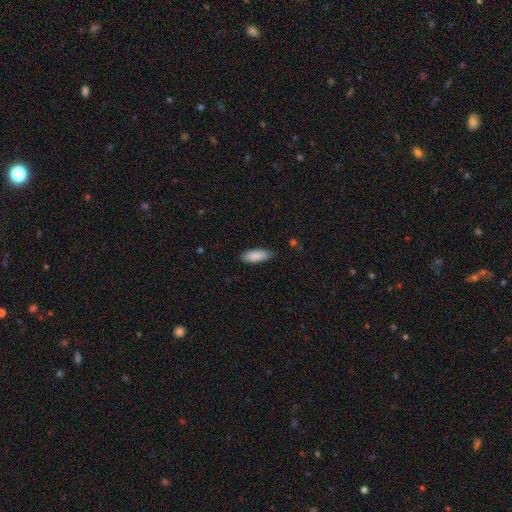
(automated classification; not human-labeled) Q: Smooth or featured?
A: smooth (88%); runner-up: featured or disk (6%)
Q: How rounded?
A: in between (72%); runner-up: cigar-shaped (26%)
Q: Merging?
A: none (81%); runner-up: minor disturbance (15%)